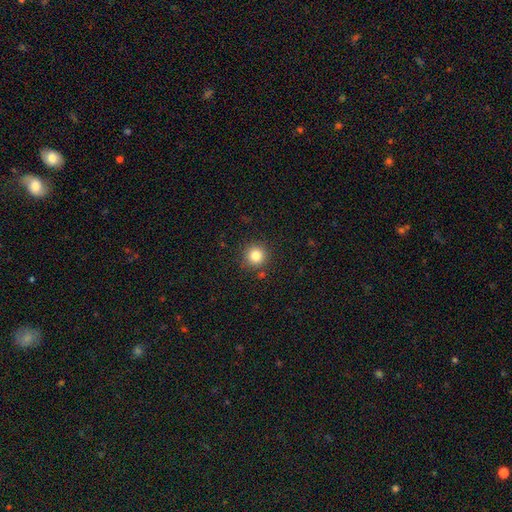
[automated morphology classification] Smooth or featured? Predicted: smooth (p=0.82). How rounded? Predicted: round (p=0.95). Merging? Predicted: none (p=0.89).